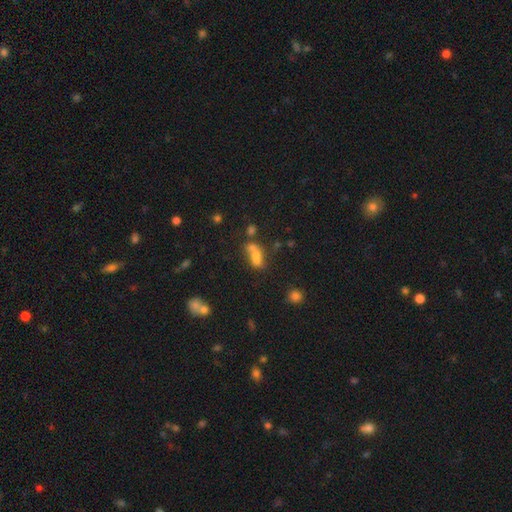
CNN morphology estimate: smooth 57%, featured or disk 25%, star or artifact 18%. Down the decision tree: how rounded — in between (66%); merging — merger (54%).